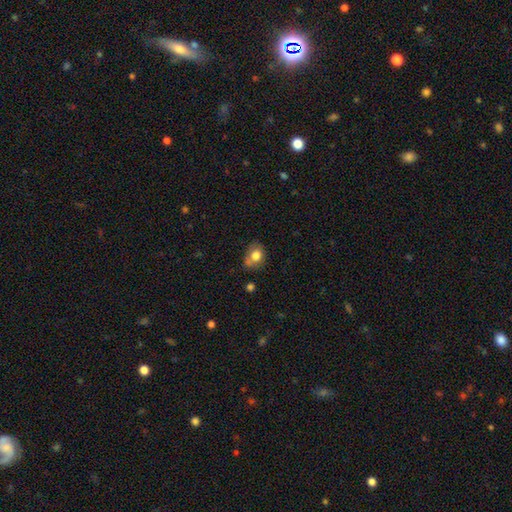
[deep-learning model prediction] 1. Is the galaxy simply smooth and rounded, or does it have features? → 76% smooth, 15% featured or disk, 9% star or artifact.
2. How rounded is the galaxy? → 58% in between, 41% round, 1% cigar-shaped.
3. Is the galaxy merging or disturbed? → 53% none, 29% minor disturbance, 10% merger, 8% major disturbance.